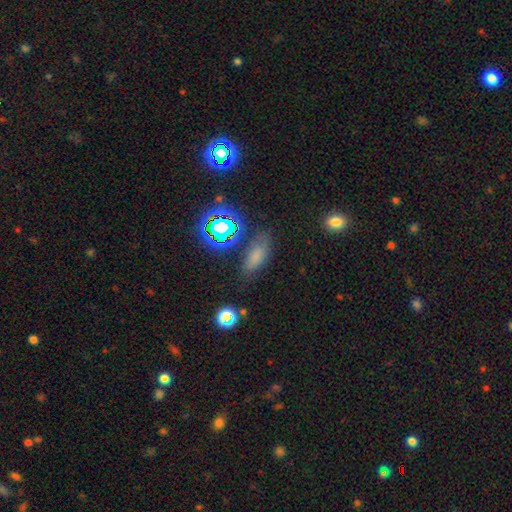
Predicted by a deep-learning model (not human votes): Overall: smooth (63%; star or artifact 25%). How rounded: in between (80%). Merging: none (70%).